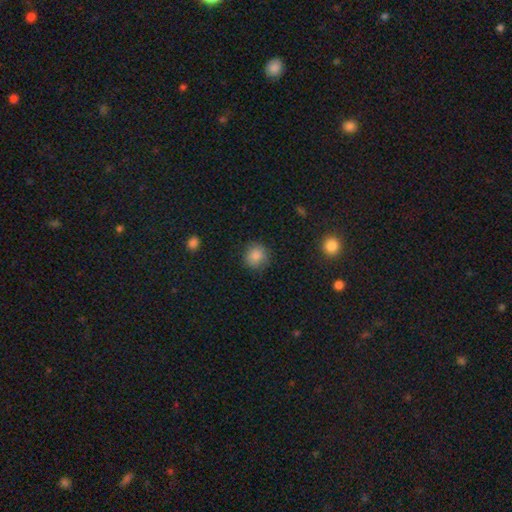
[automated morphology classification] smooth_or_featured: smooth (p=0.86) [alt: star or artifact p=0.10]
how_rounded: round (p=0.88) [alt: in between p=0.11]
merging: none (p=0.84) [alt: minor disturbance p=0.12]